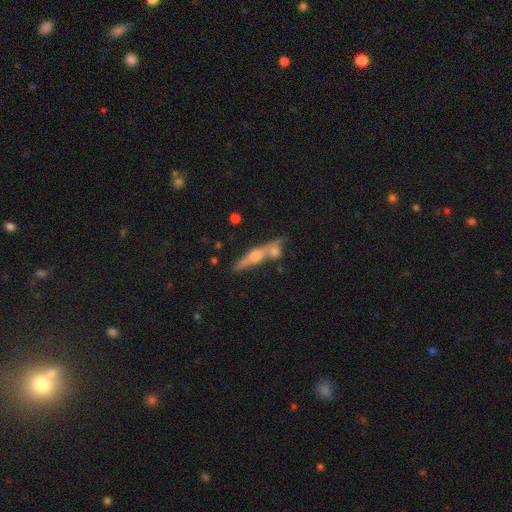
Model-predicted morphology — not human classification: Smooth or featured: featured or disk — 63% (smooth — 28%)
Edge-on disk: yes — 89% (no — 11%)
Edge-on bulge: rounded — 80% (boxy — 13%)
Merging: none — 50% (merger — 31%)